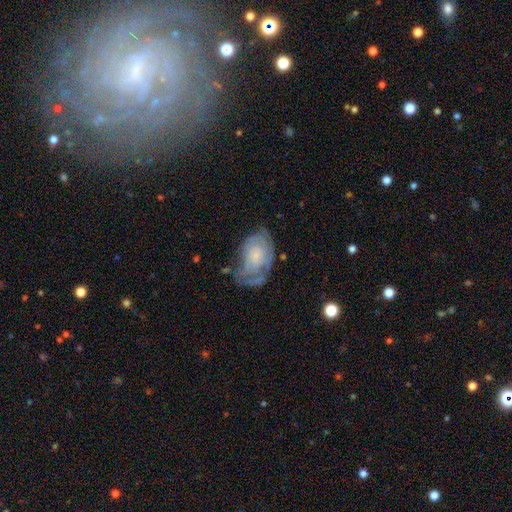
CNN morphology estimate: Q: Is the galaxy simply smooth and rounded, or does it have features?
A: featured or disk — 54%.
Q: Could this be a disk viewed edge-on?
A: no — 96%.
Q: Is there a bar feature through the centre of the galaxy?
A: no — 81%.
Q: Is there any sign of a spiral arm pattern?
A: yes — 59%.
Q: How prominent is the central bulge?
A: small — 49%.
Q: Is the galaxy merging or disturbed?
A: none — 38%.